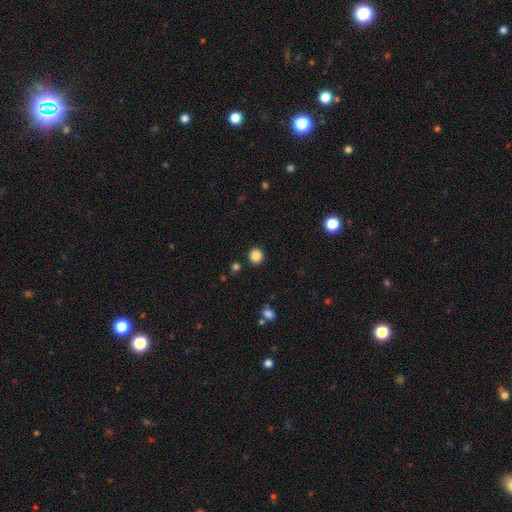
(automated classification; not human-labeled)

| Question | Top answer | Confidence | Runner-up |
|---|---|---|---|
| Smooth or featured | smooth | 85% | star or artifact (11%) |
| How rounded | round | 89% | in between (10%) |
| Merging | none | 91% | minor disturbance (5%) |